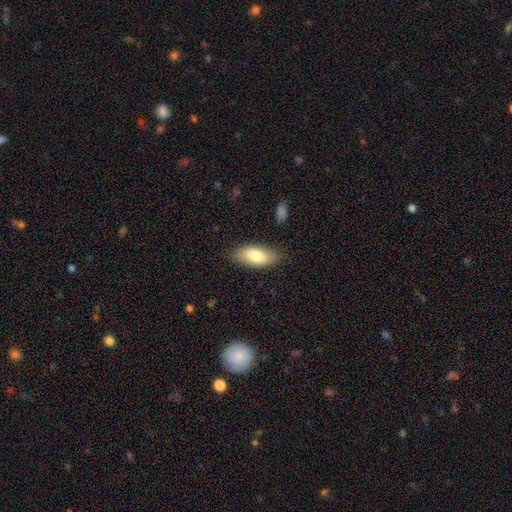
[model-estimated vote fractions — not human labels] Overall: smooth (79%). How rounded: in between (87%). Merging: none (82%).